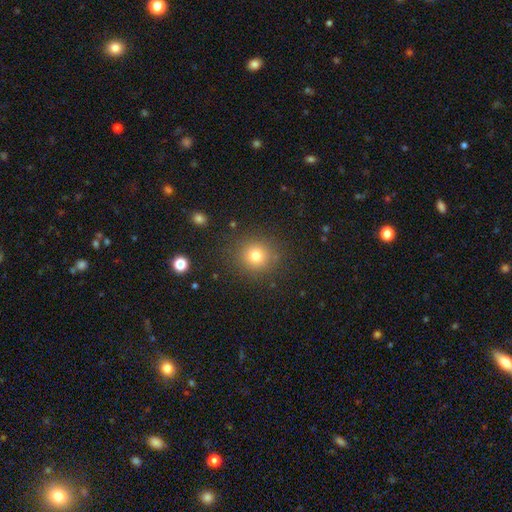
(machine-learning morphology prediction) smooth-or-featured: smooth: 77% | star or artifact: 15% | featured or disk: 8%
  how-rounded: round: 90% | in between: 9% | cigar-shaped: 1%
  merging: none: 87% | minor disturbance: 8% | major disturbance: 3% | merger: 2%